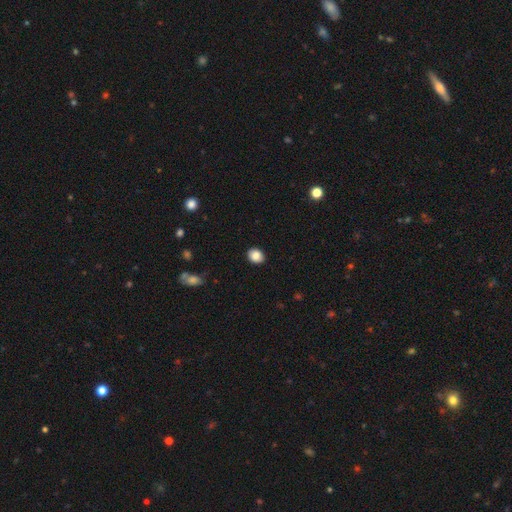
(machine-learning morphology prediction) Smooth or featured?
  - smooth: 87% *
  - star or artifact: 9%
  - featured or disk: 5%
How rounded?
  - round: 60% *
  - in between: 39%
  - cigar-shaped: 1%
Merging?
  - none: 90% *
  - minor disturbance: 7%
  - major disturbance: 2%
  - merger: 1%